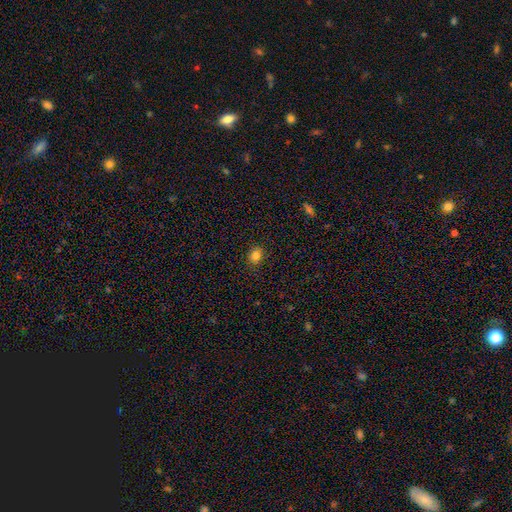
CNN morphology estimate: Overall: smooth (82%). How rounded: round (62%; in between 37%). Merging: none (89%).